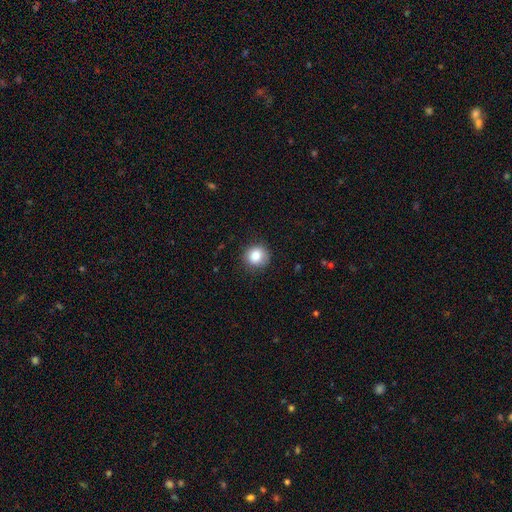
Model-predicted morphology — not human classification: Smooth or featured? smooth (86%)
How rounded? round (89%)
Merging? none (85%)